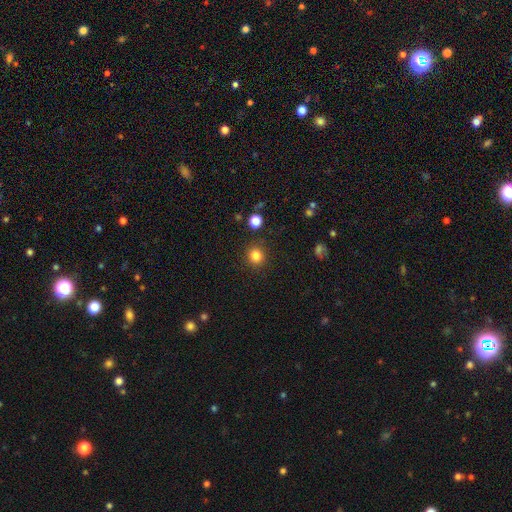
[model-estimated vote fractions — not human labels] Smooth or featured? smooth (83%)
How rounded? round (89%)
Merging? none (89%)